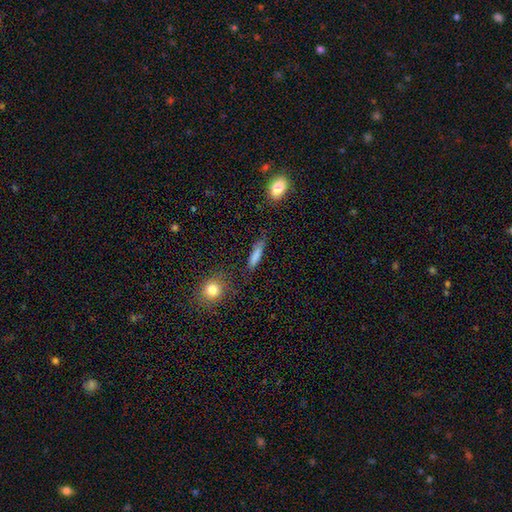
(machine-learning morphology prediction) Overall: smooth (81%). How rounded: cigar-shaped (81%). Merging: none (81%).